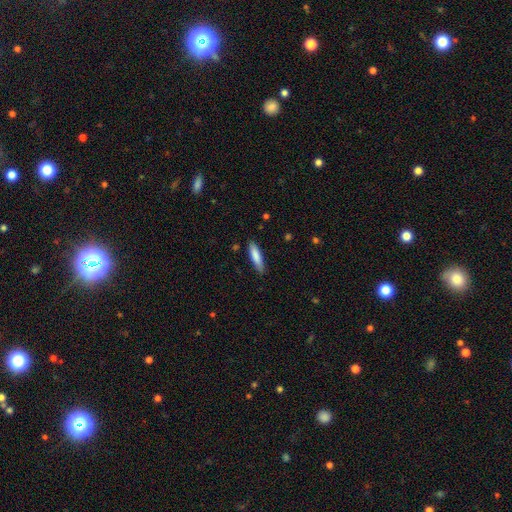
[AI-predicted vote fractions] Smooth or featured? smooth (82%)
How rounded? cigar-shaped (75%)
Merging? none (84%)